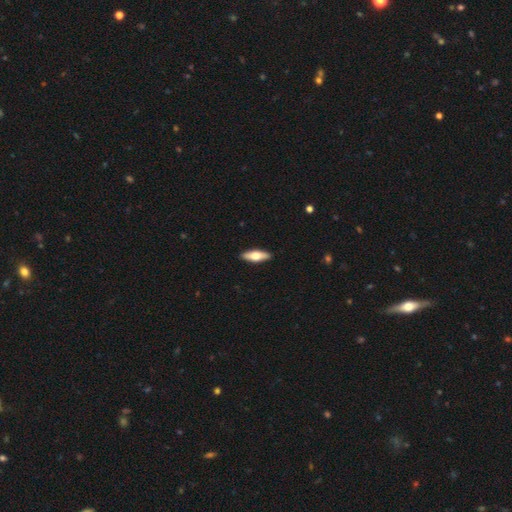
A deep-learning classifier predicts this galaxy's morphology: The model was most divided on "how rounded": in between: 52%, cigar-shaped: 46%, round: 2%. More confident: merging — none (90%); smooth or featured — smooth (59%).